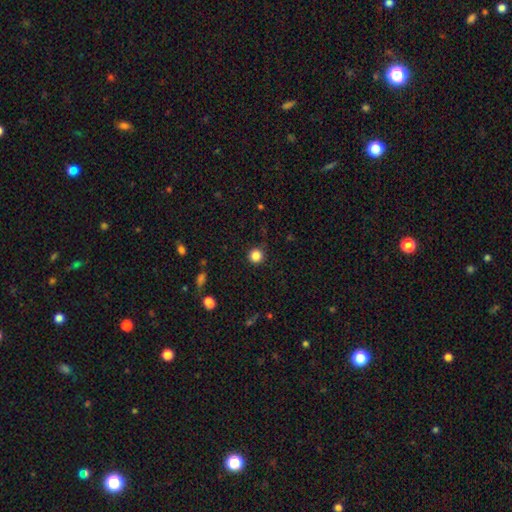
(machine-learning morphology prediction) Smooth or featured: smooth — 85% (star or artifact — 12%)
How rounded: round — 95% (in between — 4%)
Merging: none — 89% (minor disturbance — 7%)